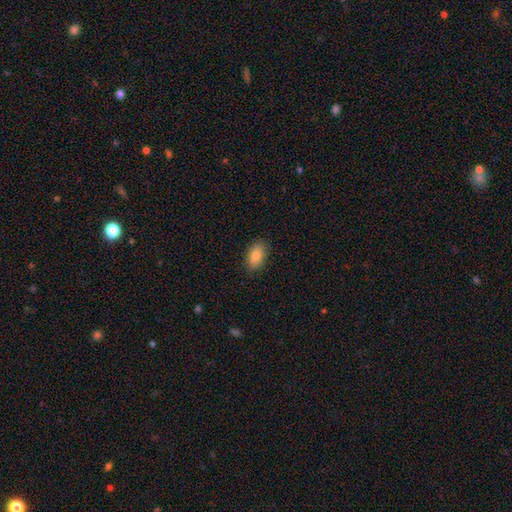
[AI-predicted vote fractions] smooth 84%, featured or disk 8%, star or artifact 8%. Down the decision tree: how rounded — in between (90%); merging — none (87%).